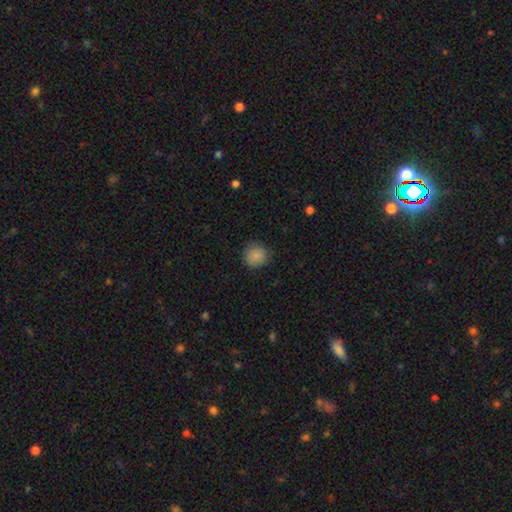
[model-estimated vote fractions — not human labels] Morphology: type=smooth (86%); roundness=round (89%); merging=none (82%).